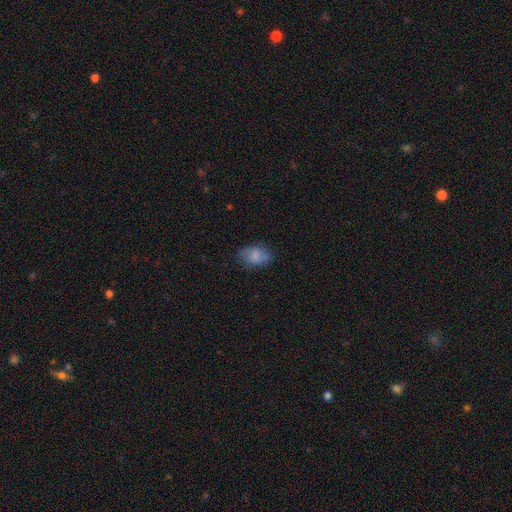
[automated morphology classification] smooth 74%, featured or disk 17%, star or artifact 9%. Down the decision tree: how rounded — in between (83%); merging — none (65%).